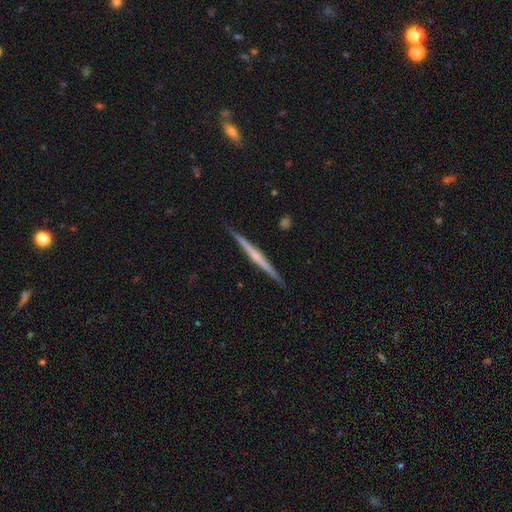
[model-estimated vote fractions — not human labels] Smooth or featured? featured or disk (70%)
Edge-on disk? yes (98%)
Edge-on bulge? none (54%)
Merging? none (91%)